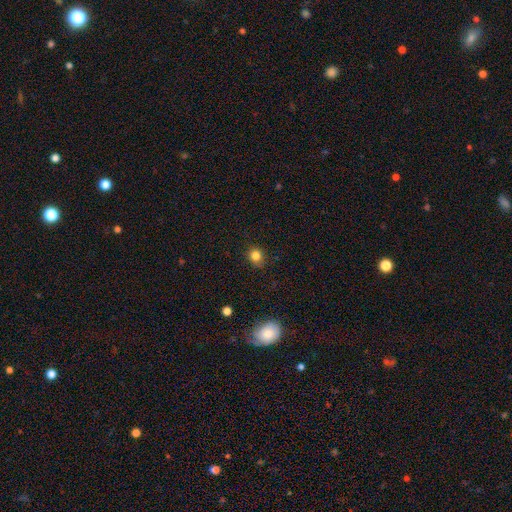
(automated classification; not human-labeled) Morphology: type=smooth (82%); roundness=round (78%); merging=none (85%).